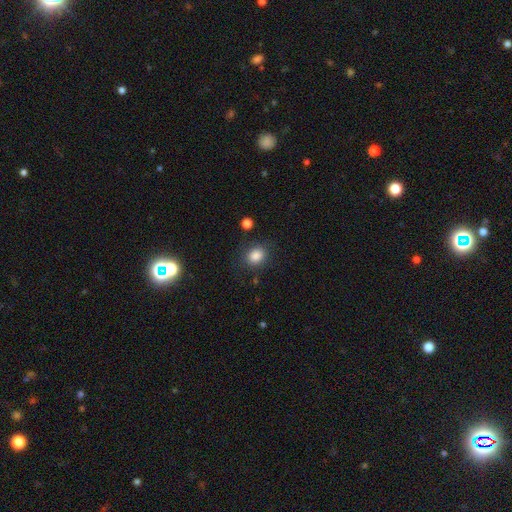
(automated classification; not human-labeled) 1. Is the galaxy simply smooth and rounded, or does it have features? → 85% smooth, 10% star or artifact, 5% featured or disk.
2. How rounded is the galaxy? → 56% round, 43% in between, 1% cigar-shaped.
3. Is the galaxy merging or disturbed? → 81% none, 12% minor disturbance, 4% major disturbance, 2% merger.